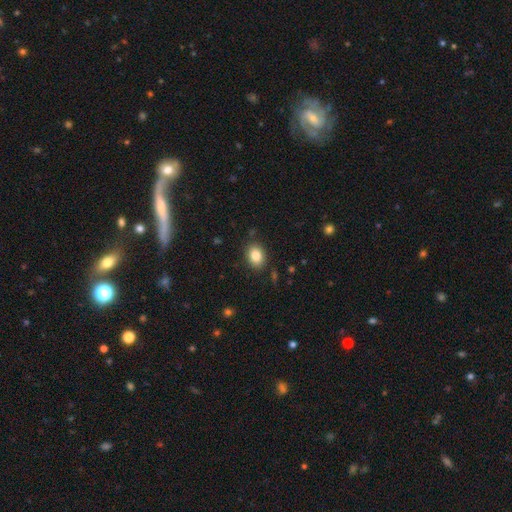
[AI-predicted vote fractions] Smooth or featured?
  - smooth: 84% *
  - star or artifact: 9%
  - featured or disk: 7%
How rounded?
  - in between: 62% *
  - round: 37%
  - cigar-shaped: 1%
Merging?
  - none: 87% *
  - minor disturbance: 9%
  - major disturbance: 2%
  - merger: 1%